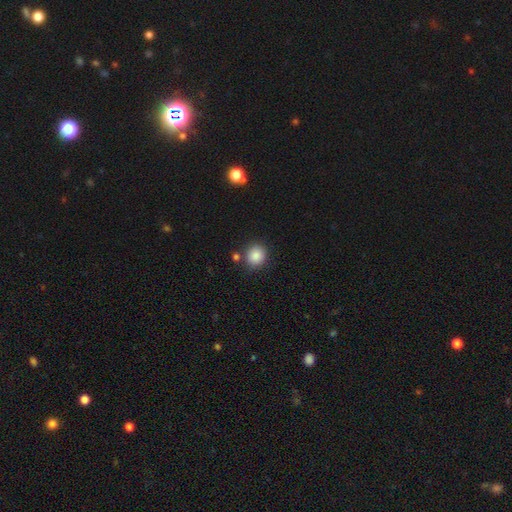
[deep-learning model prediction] This appears to be a smooth galaxy with no disk features (87%) that is round (82%). Merging: none (81%).